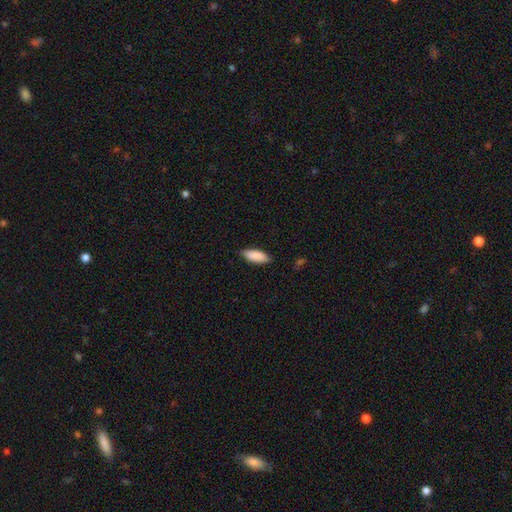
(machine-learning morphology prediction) smooth-or-featured: smooth: 88% | featured or disk: 6% | star or artifact: 6%
  how-rounded: in between: 75% | cigar-shaped: 23% | round: 2%
  merging: none: 84% | minor disturbance: 13% | major disturbance: 2% | merger: 1%